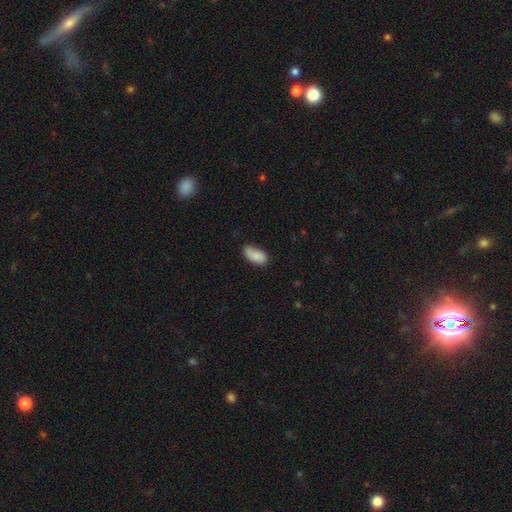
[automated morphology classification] Q: Smooth or featured?
A: smooth (83%); runner-up: featured or disk (10%)
Q: How rounded?
A: in between (92%); runner-up: cigar-shaped (5%)
Q: Merging?
A: none (60%); runner-up: minor disturbance (31%)